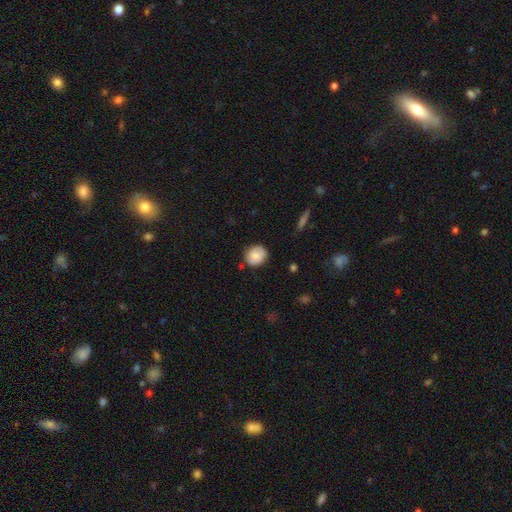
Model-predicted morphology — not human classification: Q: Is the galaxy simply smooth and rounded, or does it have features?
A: smooth — 70%.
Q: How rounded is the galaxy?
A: round — 82%.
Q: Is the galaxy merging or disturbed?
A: none — 75%.